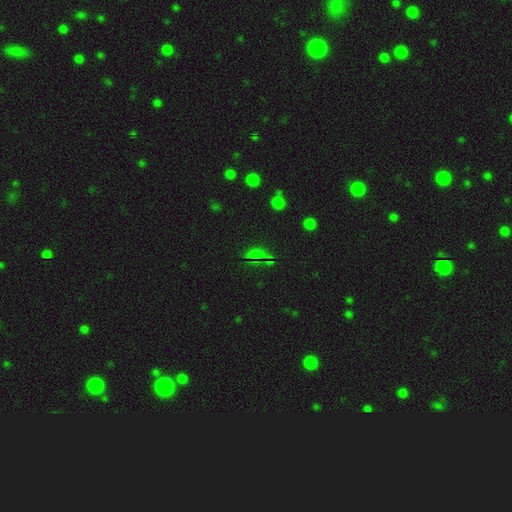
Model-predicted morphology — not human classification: This is possibly a star or artifact rather than a galaxy (47%).